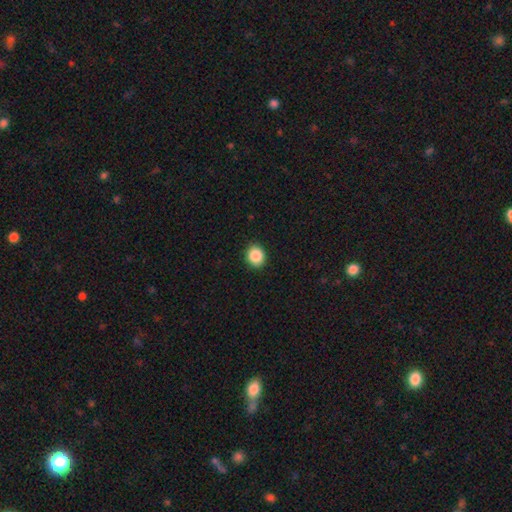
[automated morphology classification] This is clearly a smooth galaxy (88%). How rounded: likely round (74%). Merging: clearly none (90%).